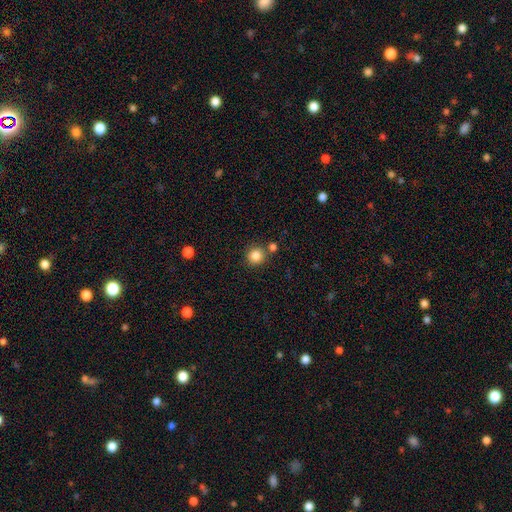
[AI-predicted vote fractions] Smooth or featured? Predicted: smooth (p=0.85). How rounded? Predicted: round (p=0.93). Merging? Predicted: none (p=0.78).